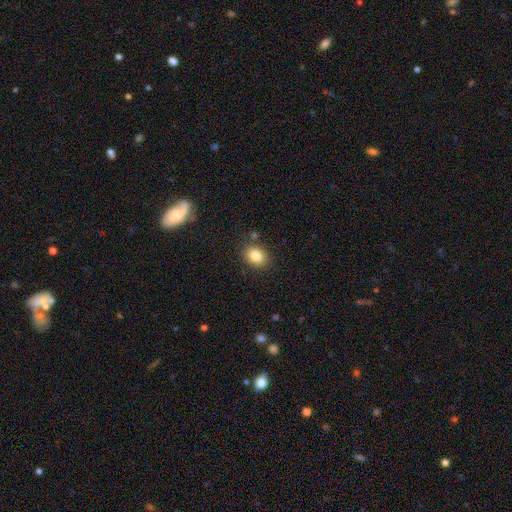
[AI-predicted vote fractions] A smooth galaxy with no disk features (83%) that is round (50%).

Vote fractions:
- Smooth or featured? smooth: 83% / star or artifact: 10% / featured or disk: 7%
- How rounded? round: 50% / in between: 49% / cigar-shaped: 1%
- Merging? none: 82% / minor disturbance: 10% / merger: 4% / major disturbance: 3%